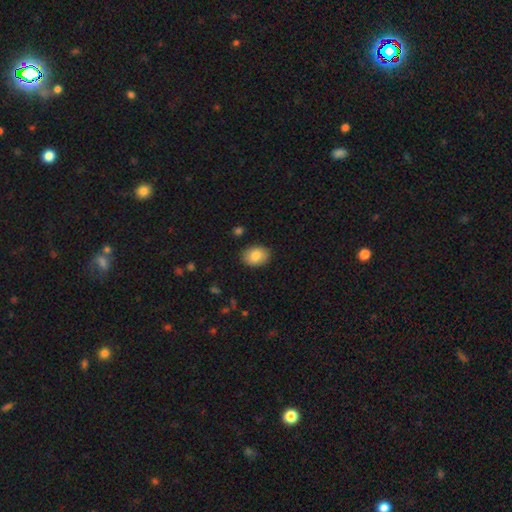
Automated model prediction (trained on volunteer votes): Smooth or featured: smooth — 85% (featured or disk — 8%)
How rounded: in between — 73% (round — 26%)
Merging: none — 88% (minor disturbance — 9%)